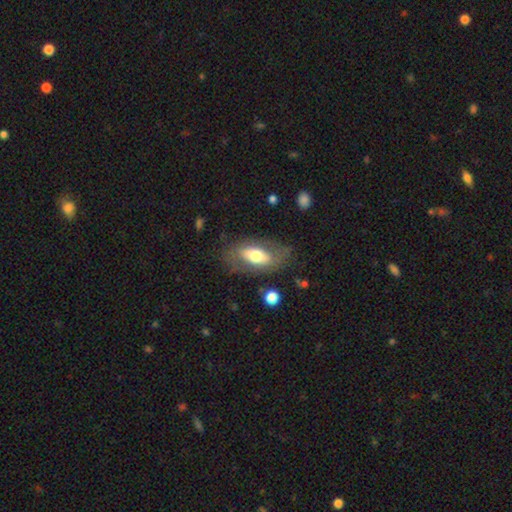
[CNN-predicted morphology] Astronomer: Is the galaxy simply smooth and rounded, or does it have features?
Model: smooth — 51% (runner-up: featured or disk, 42%).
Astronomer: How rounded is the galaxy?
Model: in between — 86%.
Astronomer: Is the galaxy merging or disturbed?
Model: none — 69%.